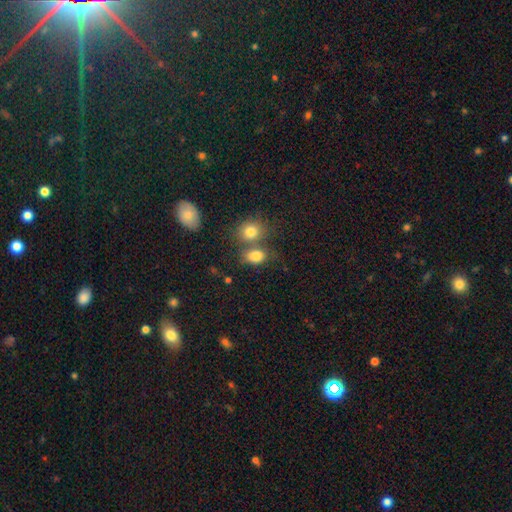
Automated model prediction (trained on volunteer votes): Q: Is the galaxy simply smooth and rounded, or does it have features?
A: smooth — 81%.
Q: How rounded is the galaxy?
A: in between — 64%.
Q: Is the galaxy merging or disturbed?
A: none — 46%.